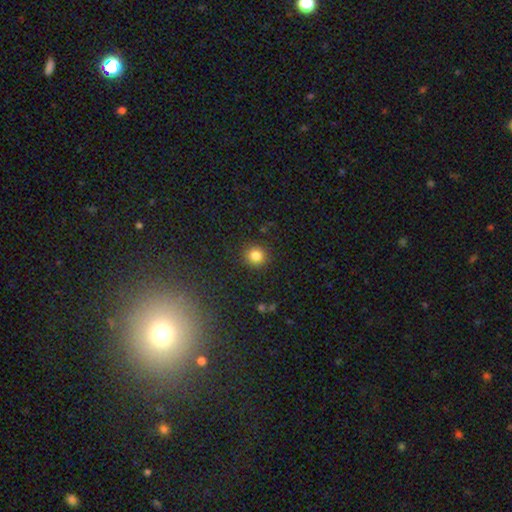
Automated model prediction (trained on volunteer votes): smooth 83%, star or artifact 12%, featured or disk 5%. Down the decision tree: how rounded — round (91%); merging — none (90%).